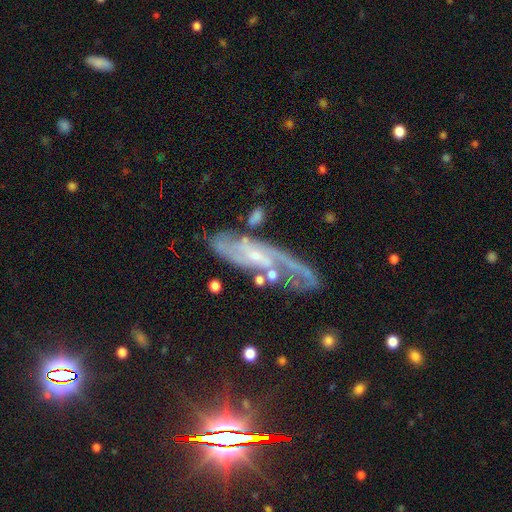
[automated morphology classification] This appears to be a featured or disk galaxy (81%) with no bar (49%), 2 (55%) medium (45%) spiral arms (90%) and a small central bulge (74%). Merging: none (53%).